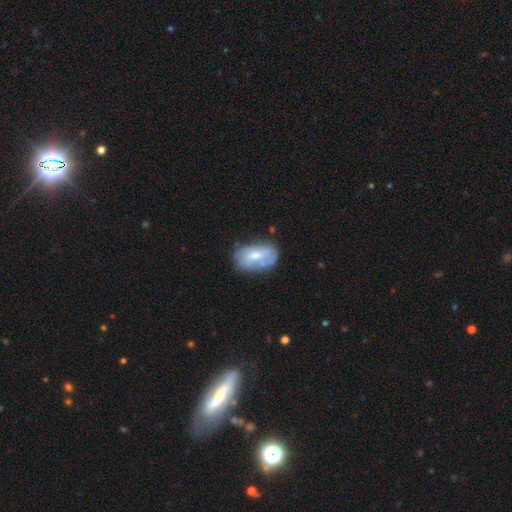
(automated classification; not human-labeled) featured or disk 53%, smooth 40%, star or artifact 7%. Down the decision tree: edge-on disk — no (95%); bar — no (56%); spiral arms — yes (54%); bulge size — moderate (60%); merging — none (56%).